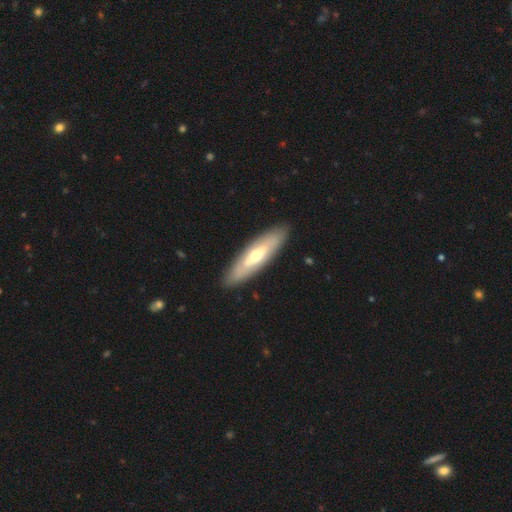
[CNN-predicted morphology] Smooth or featured? featured or disk (54%)
Edge-on disk? no (54%)
Merging? none (88%)